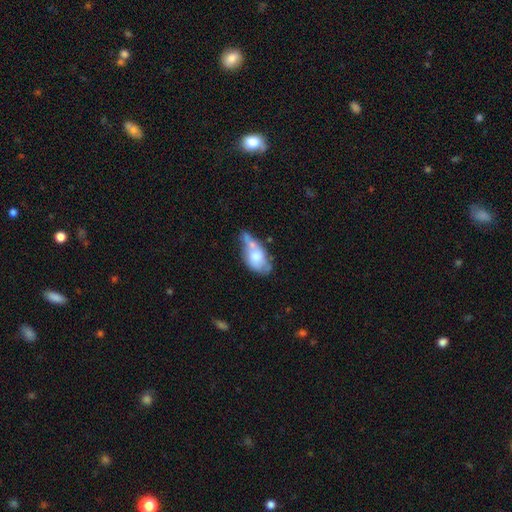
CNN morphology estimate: smooth-or-featured: smooth: 60% | featured or disk: 33% | star or artifact: 7%
  how-rounded: in between: 88% | round: 7% | cigar-shaped: 5%
  merging: merger: 34% | minor disturbance: 26% | none: 25% | major disturbance: 16%